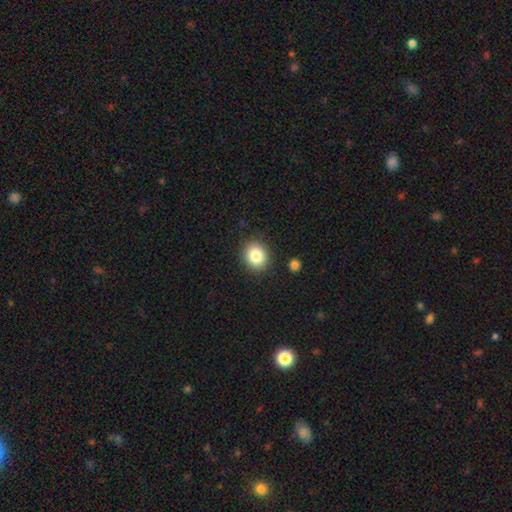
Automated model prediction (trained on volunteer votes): Smooth or featured? Predicted: smooth (p=0.84). How rounded? Predicted: round (p=0.68). Merging? Predicted: none (p=0.88).